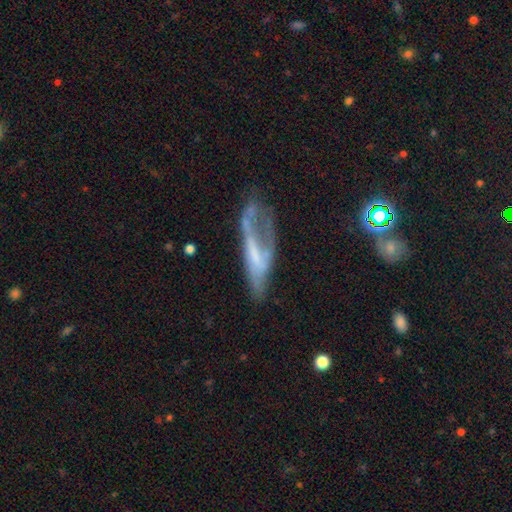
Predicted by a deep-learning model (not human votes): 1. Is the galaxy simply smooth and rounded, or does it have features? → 58% featured or disk, 33% smooth, 9% star or artifact.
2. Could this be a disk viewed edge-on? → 72% no, 28% yes.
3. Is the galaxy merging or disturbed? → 40% major disturbance, 29% none, 23% minor disturbance, 8% merger.